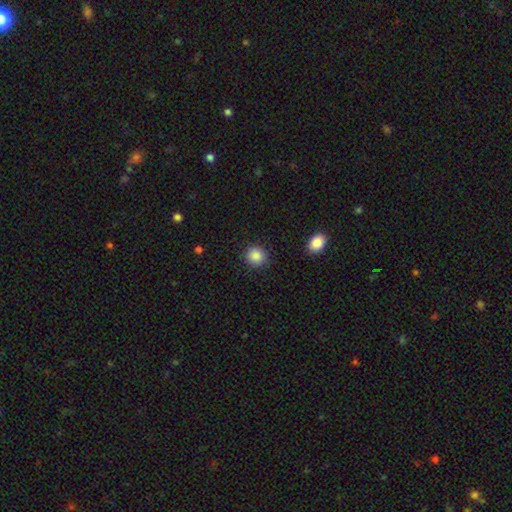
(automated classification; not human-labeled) smooth_or_featured: smooth (p=0.88) [alt: star or artifact p=0.09]
how_rounded: round (p=0.88) [alt: in between p=0.11]
merging: none (p=0.88) [alt: minor disturbance p=0.08]